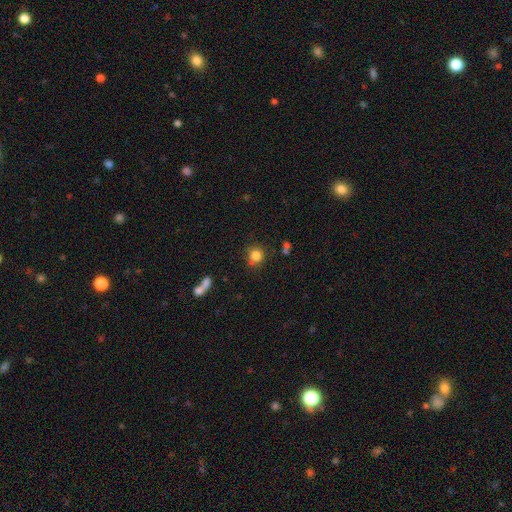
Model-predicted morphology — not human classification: The model was most divided on "merging": none: 75%, minor disturbance: 15%, merger: 6%, major disturbance: 5%. More confident: how rounded — round (86%); smooth or featured — smooth (83%).